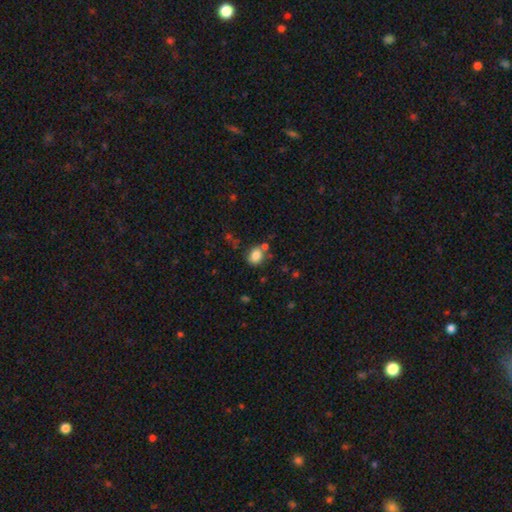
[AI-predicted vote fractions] Morphology: type=smooth (82%); roundness=in between (51%); merging=none (62%).